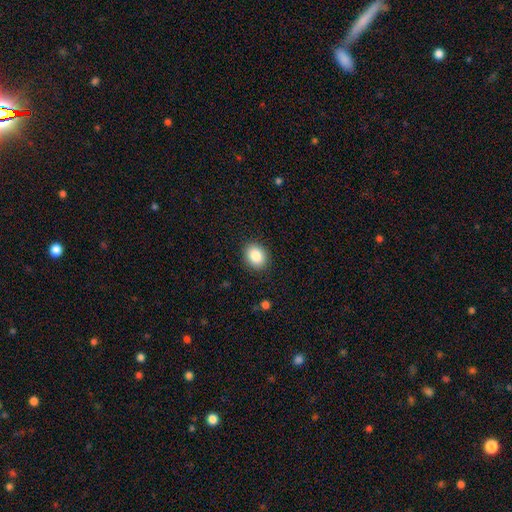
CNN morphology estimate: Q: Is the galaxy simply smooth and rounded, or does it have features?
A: smooth — 87%.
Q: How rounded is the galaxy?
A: in between — 52%.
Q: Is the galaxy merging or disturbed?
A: none — 89%.